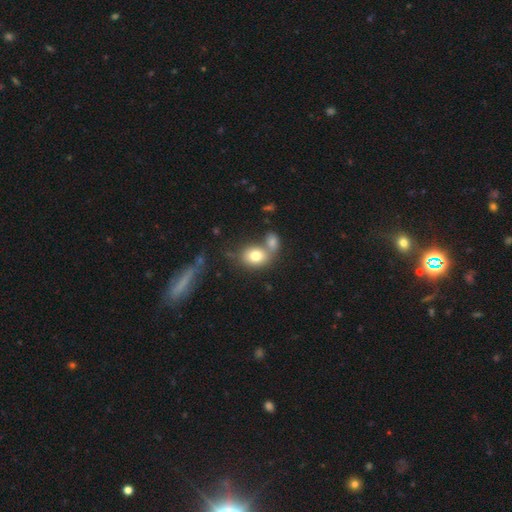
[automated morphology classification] Smooth or featured? smooth (78%)
How rounded? in between (62%)
Merging? none (45%)